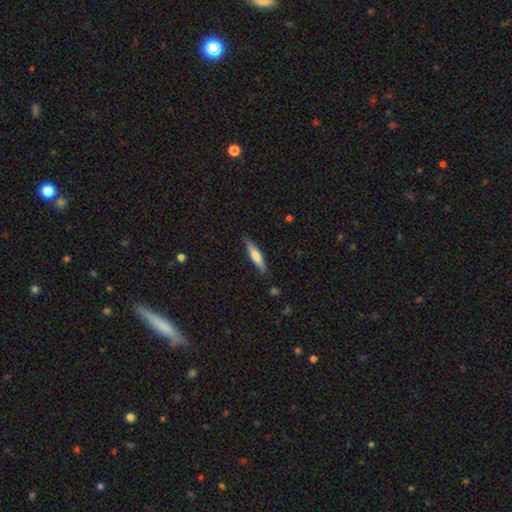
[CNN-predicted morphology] Smooth or featured? smooth (57%)
How rounded? cigar-shaped (85%)
Merging? none (87%)